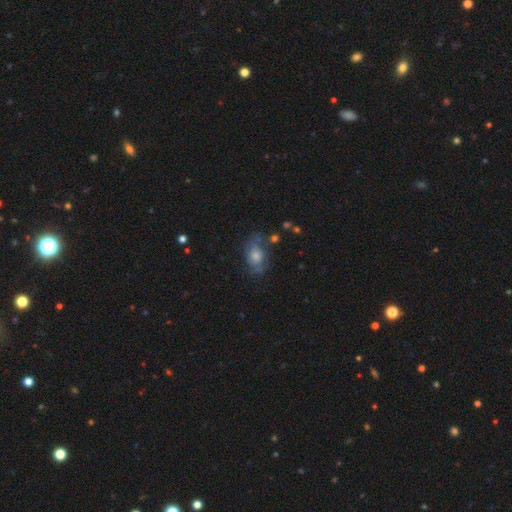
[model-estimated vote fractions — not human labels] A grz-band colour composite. It shows a smooth galaxy with no disk features (44%). Merging: none (60%).